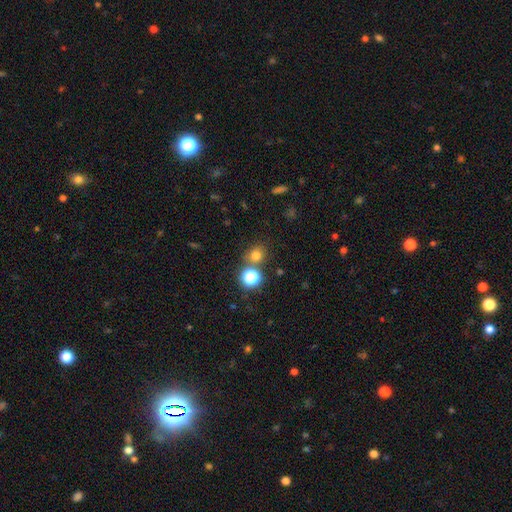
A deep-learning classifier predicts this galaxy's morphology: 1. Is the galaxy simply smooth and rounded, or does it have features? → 72% smooth, 21% star or artifact, 6% featured or disk.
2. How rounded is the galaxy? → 80% round, 19% in between, 1% cigar-shaped.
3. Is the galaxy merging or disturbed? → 73% none, 15% merger, 9% minor disturbance, 3% major disturbance.